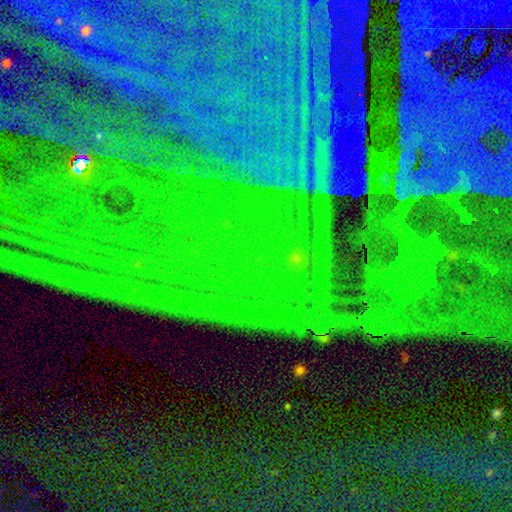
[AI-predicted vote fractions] smooth-or-featured: star or artifact: 89% | featured or disk: 6% | smooth: 5%